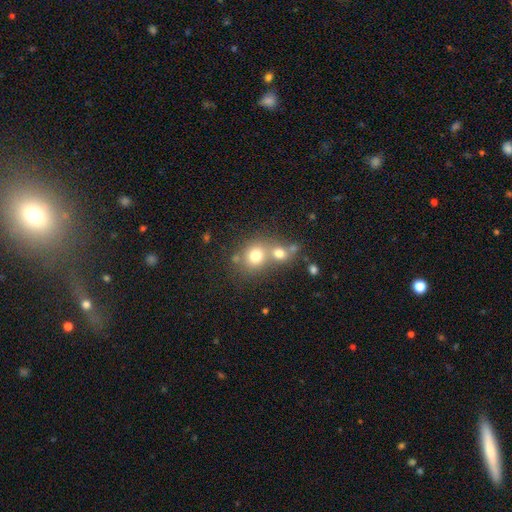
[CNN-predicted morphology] smooth 73%, star or artifact 14%, featured or disk 14%. Down the decision tree: how rounded — round (76%); merging — merger (48%).